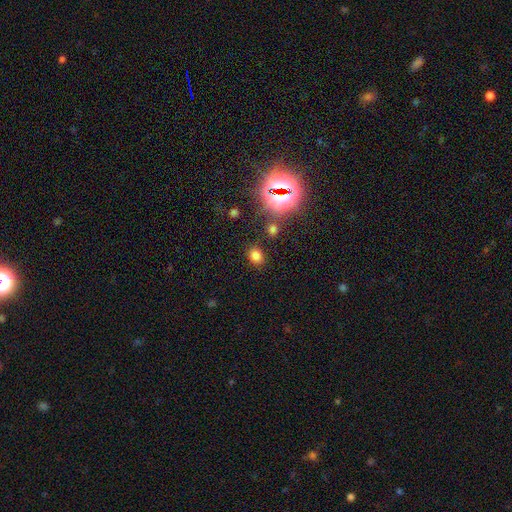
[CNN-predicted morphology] smooth 72%, star or artifact 22%, featured or disk 6%. Down the decision tree: how rounded — in between (50%); merging — none (82%).